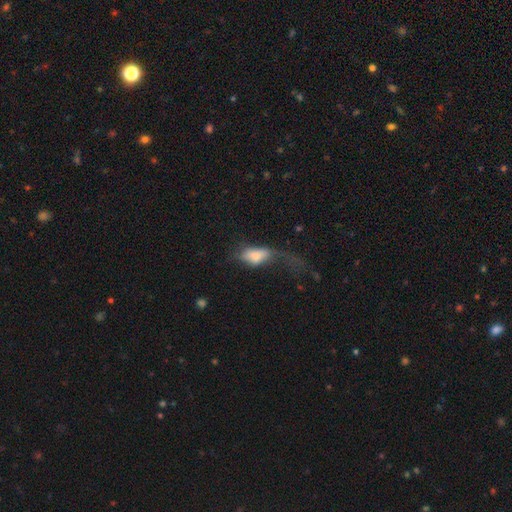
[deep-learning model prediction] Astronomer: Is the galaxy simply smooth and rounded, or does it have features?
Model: smooth — 70%.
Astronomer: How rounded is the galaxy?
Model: in between — 87%.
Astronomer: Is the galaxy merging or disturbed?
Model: major disturbance — 61%.